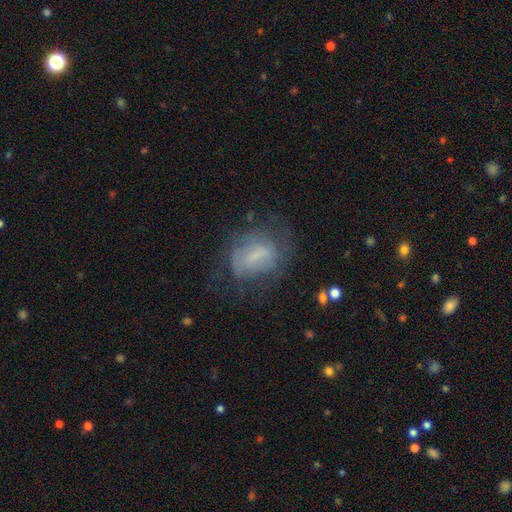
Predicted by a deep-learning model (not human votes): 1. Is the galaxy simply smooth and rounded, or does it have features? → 44% featured or disk (tied), 44% smooth (tied), 11% star or artifact.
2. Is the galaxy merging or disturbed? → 54% none, 24% minor disturbance, 20% major disturbance, 2% merger.